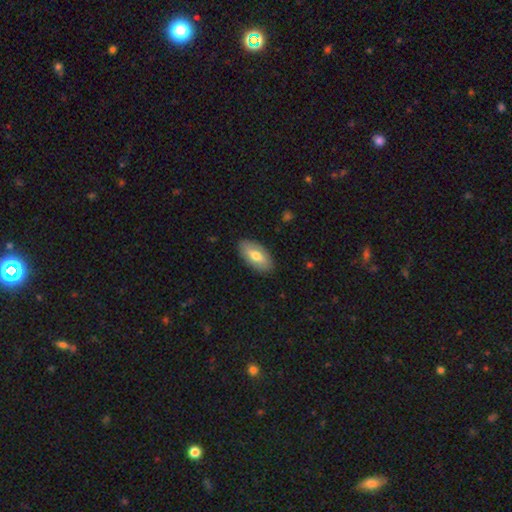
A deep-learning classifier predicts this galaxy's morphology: Smooth or featured: smooth — 66% (featured or disk — 29%)
How rounded: in between — 93% (cigar-shaped — 4%)
Merging: none — 87% (minor disturbance — 10%)